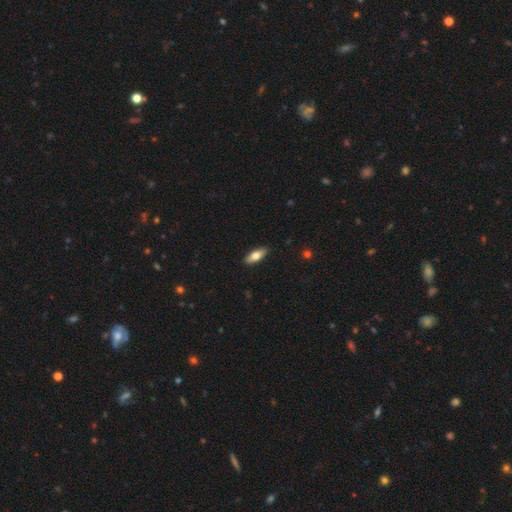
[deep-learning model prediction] Smooth or featured? Predicted: smooth (p=0.70). How rounded? Predicted: in between (p=0.72). Merging? Predicted: none (p=0.89).